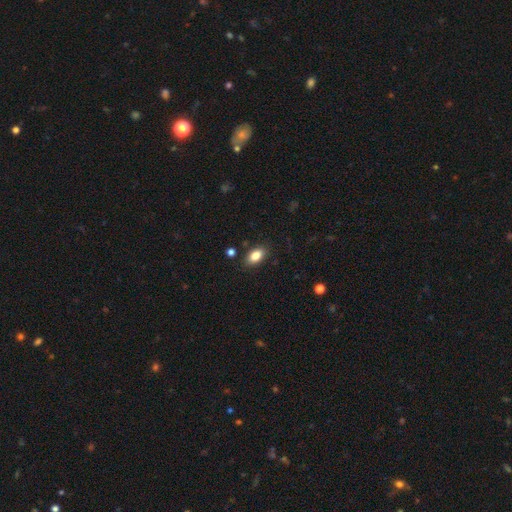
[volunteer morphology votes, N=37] smooth 89%, featured or disk 5%, star or artifact 5%. Down the decision tree: how rounded — in between (82%); merging — none (91%).